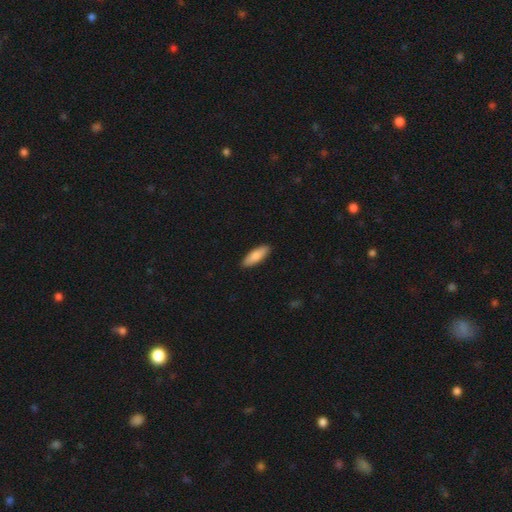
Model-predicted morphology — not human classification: smooth-or-featured: smooth: 84% | featured or disk: 11% | star or artifact: 5%
  how-rounded: in between: 55% | cigar-shaped: 43% | round: 2%
  merging: none: 90% | minor disturbance: 7% | major disturbance: 1% | merger: 1%